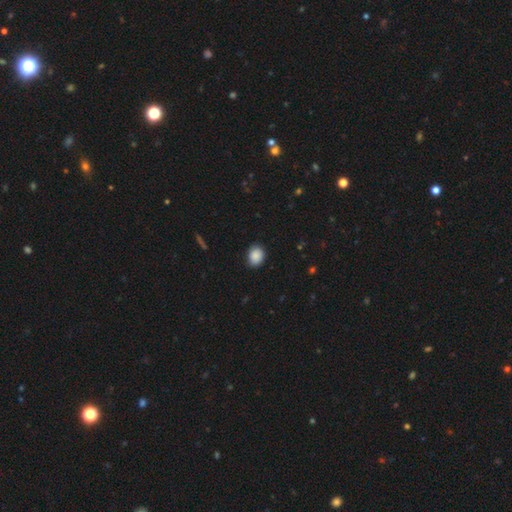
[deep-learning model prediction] Morphology: type=smooth (89%); roundness=in between (54%); merging=none (85%).